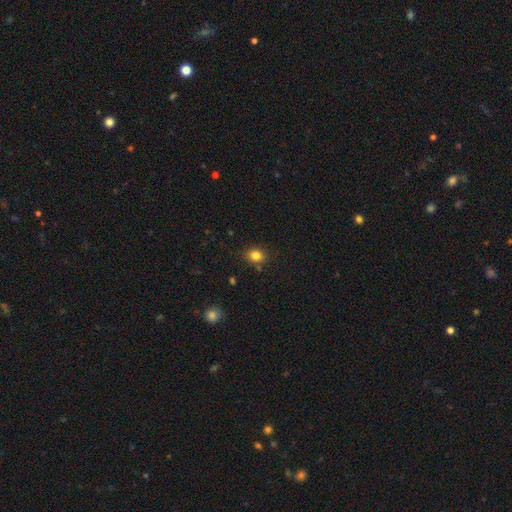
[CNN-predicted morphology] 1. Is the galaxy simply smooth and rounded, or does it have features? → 83% smooth, 12% star or artifact, 6% featured or disk.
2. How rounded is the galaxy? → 66% round, 33% in between, 1% cigar-shaped.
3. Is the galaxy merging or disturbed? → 84% none, 11% minor disturbance, 3% merger, 3% major disturbance.